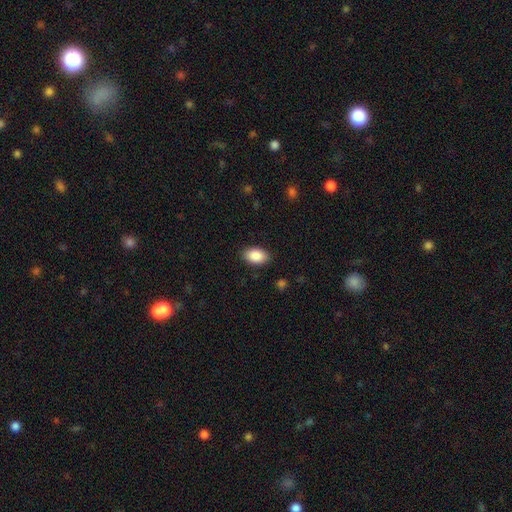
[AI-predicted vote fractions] A smooth galaxy with no disk features (89%) that is in between round and cigar-shaped (92%).

Vote fractions:
- Smooth or featured? smooth: 89% / star or artifact: 7% / featured or disk: 4%
- How rounded? in between: 92% / round: 7% / cigar-shaped: 1%
- Merging? none: 88% / minor disturbance: 9% / major disturbance: 2% / merger: 1%